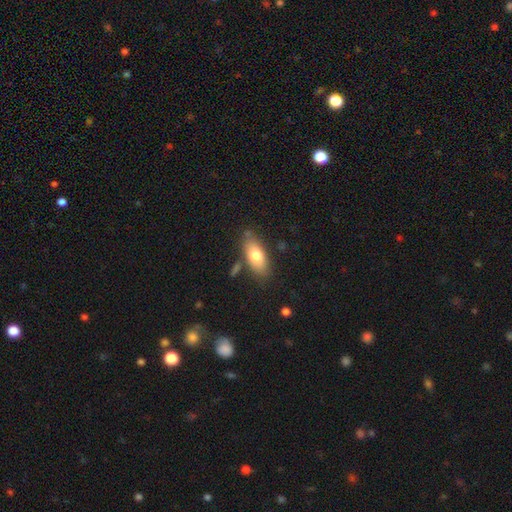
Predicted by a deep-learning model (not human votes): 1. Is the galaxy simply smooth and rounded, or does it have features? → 75% smooth, 18% featured or disk, 6% star or artifact.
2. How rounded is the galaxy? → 83% in between, 13% cigar-shaped, 3% round.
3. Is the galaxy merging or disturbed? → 75% none, 15% minor disturbance, 6% merger, 4% major disturbance.